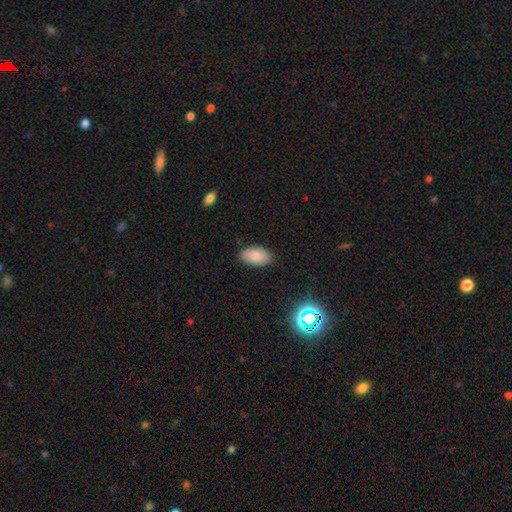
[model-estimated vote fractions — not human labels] This is clearly a smooth galaxy (84%). How rounded: clearly in between (94%). Merging: clearly none (85%).